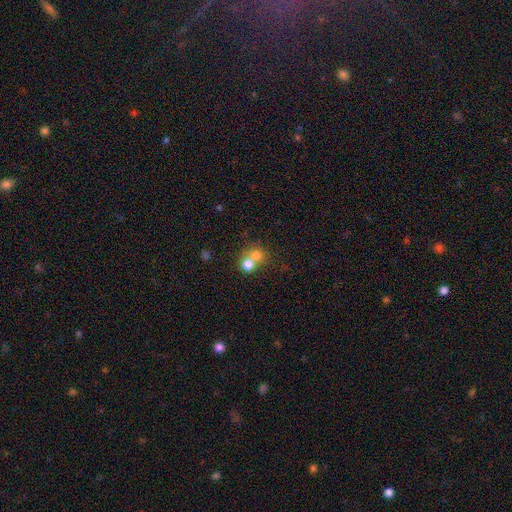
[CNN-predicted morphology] The model was most divided on "merging": merger: 58%, none: 34%, minor disturbance: 5%, major disturbance: 3%. More confident: how rounded — round (82%); smooth or featured — smooth (73%).